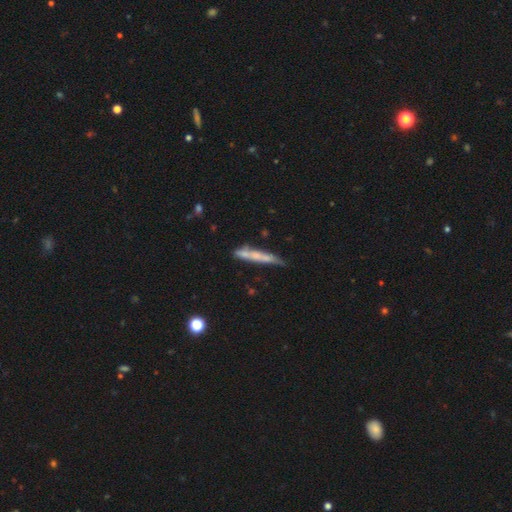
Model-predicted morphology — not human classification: Smooth or featured? Predicted: smooth (p=0.50). How rounded? Predicted: cigar-shaped (p=0.93). Merging? Predicted: none (p=0.62).